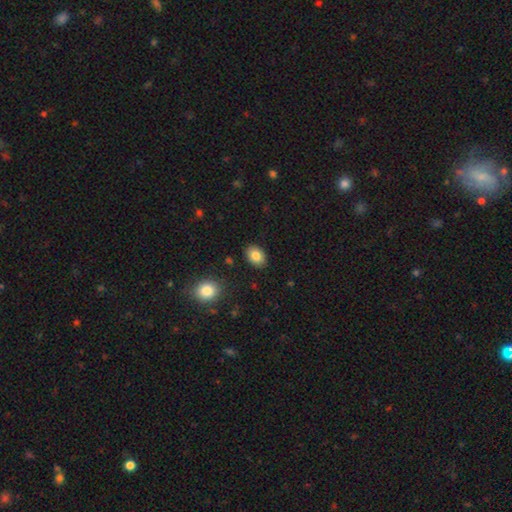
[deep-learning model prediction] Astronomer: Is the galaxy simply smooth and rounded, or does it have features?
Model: smooth — 83%.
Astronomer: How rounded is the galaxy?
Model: in between — 80%.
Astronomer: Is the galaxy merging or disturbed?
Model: none — 88%.